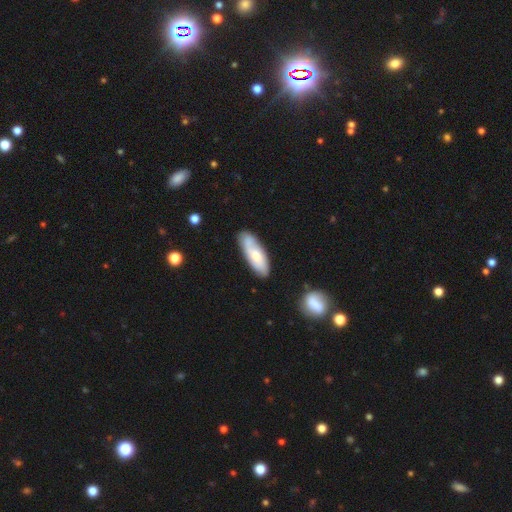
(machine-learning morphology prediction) Smooth or featured? smooth (55%)
How rounded? in between (66%)
Merging? none (71%)